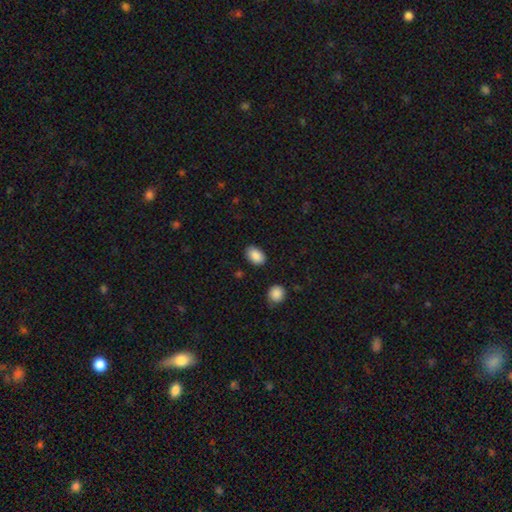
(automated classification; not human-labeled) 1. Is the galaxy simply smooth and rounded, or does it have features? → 88% smooth, 8% star or artifact, 4% featured or disk.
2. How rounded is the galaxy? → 86% in between, 13% round, 1% cigar-shaped.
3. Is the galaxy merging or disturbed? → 85% none, 10% minor disturbance, 2% major disturbance, 2% merger.